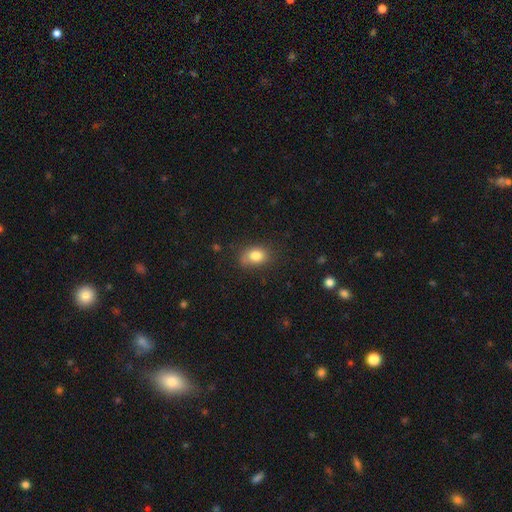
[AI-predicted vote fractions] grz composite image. It shows a smooth galaxy with no disk features (81%) that is in between round and cigar-shaped (69%). Merging: none (69%).